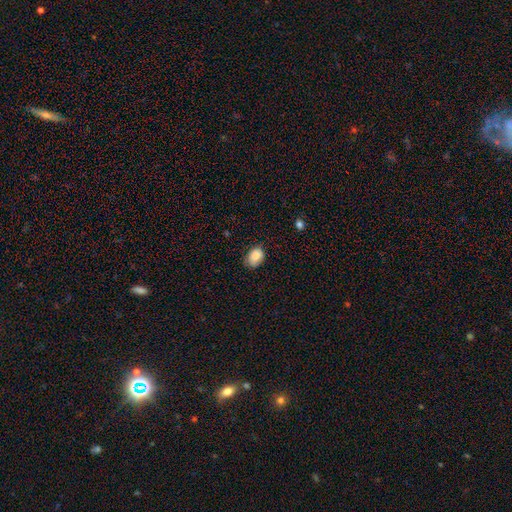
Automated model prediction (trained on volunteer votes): This is clearly a smooth galaxy (85%). How rounded: likely in between (75%). Merging: likely none (66%).